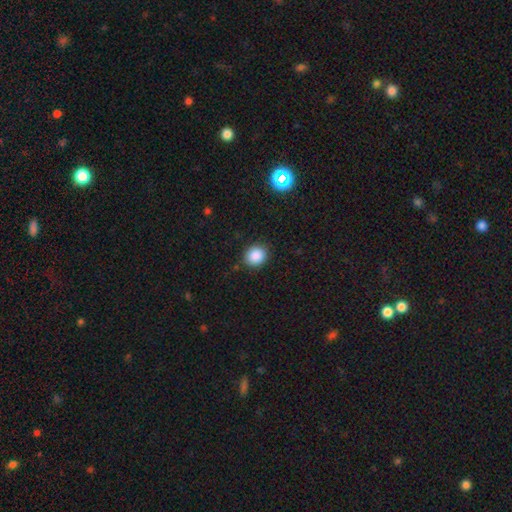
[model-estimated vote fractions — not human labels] The model was most divided on "how rounded": round: 73%, in between: 26%, cigar-shaped: 1%. More confident: merging — none (87%); smooth or featured — smooth (87%).